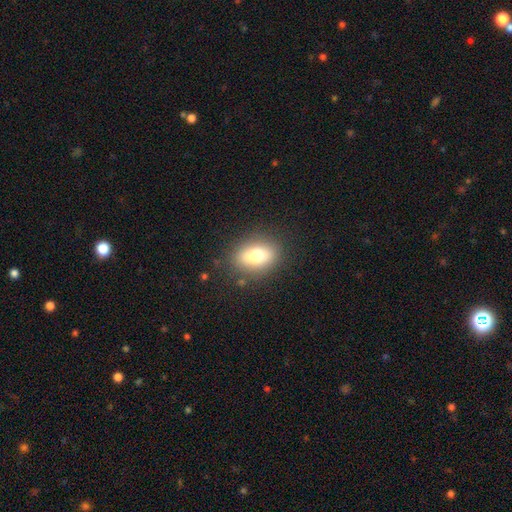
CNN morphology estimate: Smooth or featured: smooth — 72% (featured or disk — 18%)
How rounded: in between — 72% (round — 26%)
Merging: none — 84% (minor disturbance — 10%)